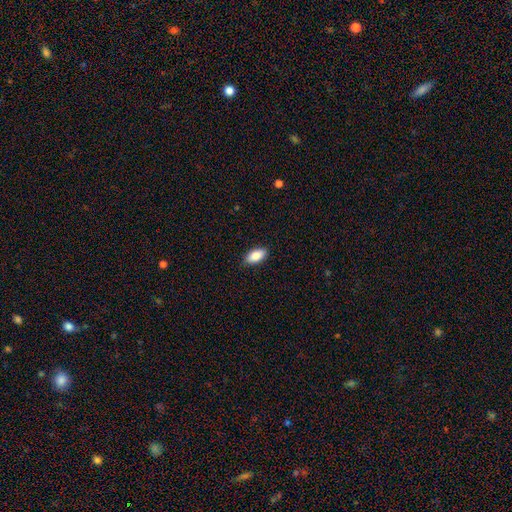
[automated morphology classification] smooth-or-featured: smooth: 84% | featured or disk: 9% | star or artifact: 7%
  how-rounded: in between: 91% | cigar-shaped: 6% | round: 3%
  merging: none: 88% | minor disturbance: 9% | major disturbance: 2% | merger: 1%